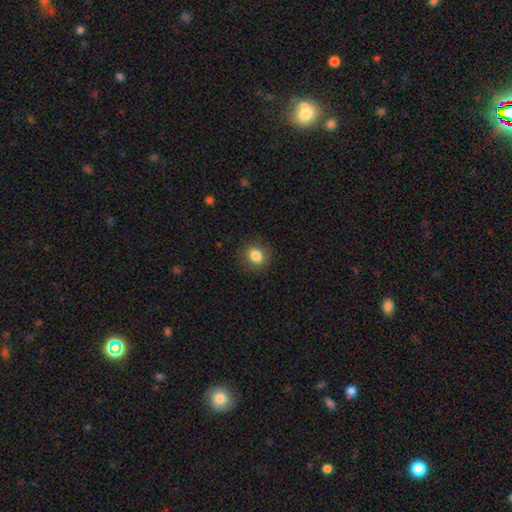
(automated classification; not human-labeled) Smooth or featured? Predicted: smooth (p=0.84). How rounded? Predicted: round (p=0.59). Merging? Predicted: none (p=0.86).